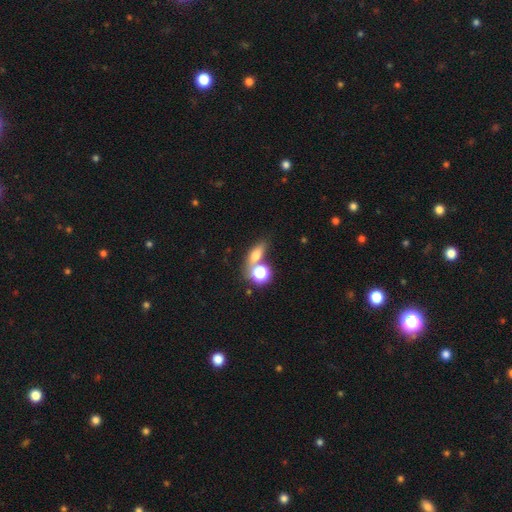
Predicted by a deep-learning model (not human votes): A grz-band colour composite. It shows a smooth galaxy with no disk features (67%) that is in between round and cigar-shaped (54%). Merging: none (50%).